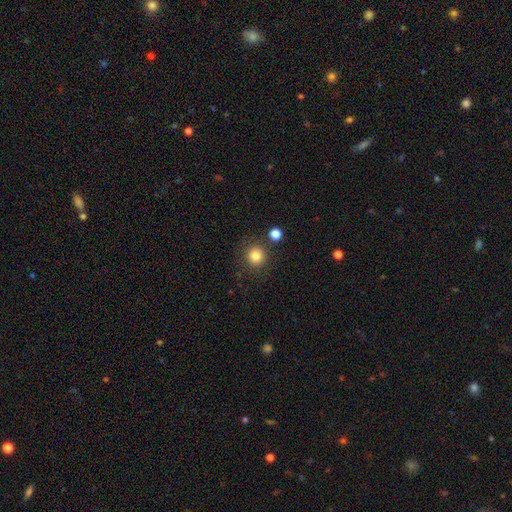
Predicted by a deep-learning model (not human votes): Smooth or featured? smooth (83%)
How rounded? round (93%)
Merging? none (84%)